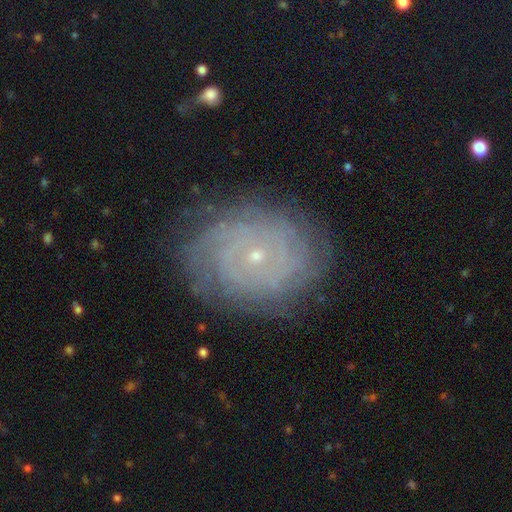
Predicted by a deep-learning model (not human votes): Smooth or featured?
  - featured or disk: 79% *
  - smooth: 11%
  - star or artifact: 10%
Edge-on disk?
  - no: 97% *
  - yes: 3%
Bar?
  - no: 82% *
  - weak: 14%
  - strong: 4%
Spiral arms?
  - yes: 95% *
  - no: 5%
Spiral winding?
  - tight: 84% *
  - medium: 13%
  - loose: 3%
Spiral arm count?
  - can't tell: 37% *
  - more than 4: 16%
  - 4: 14%
  - 2: 14%
  - 3: 12%
  - 1: 8%
Bulge size?
  - small: 86% *
  - moderate: 11%
  - none: 1%
  - large: 1%
  - dominant: 1%
Merging?
  - none: 83% *
  - minor disturbance: 12%
  - major disturbance: 4%
  - merger: 1%